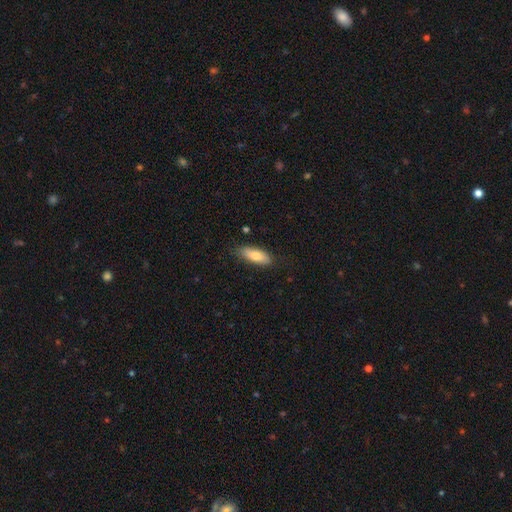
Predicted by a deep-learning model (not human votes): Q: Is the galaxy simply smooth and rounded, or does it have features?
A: smooth — 78%.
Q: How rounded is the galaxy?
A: in between — 70%.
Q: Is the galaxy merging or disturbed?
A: none — 82%.